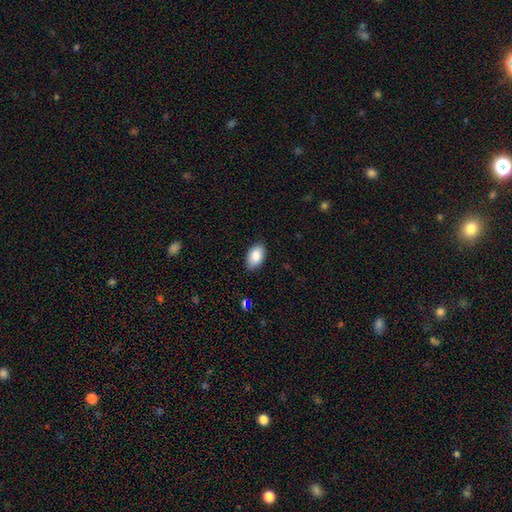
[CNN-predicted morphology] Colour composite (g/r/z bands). It shows a smooth galaxy with no disk features (88%) that is in between round and cigar-shaped (93%). Merging: none (86%).